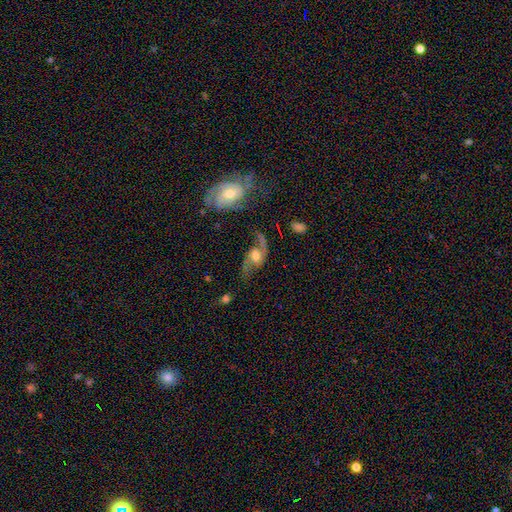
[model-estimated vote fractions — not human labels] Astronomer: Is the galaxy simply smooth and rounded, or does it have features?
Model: featured or disk — 82%.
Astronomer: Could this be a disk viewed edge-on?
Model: no — 95%.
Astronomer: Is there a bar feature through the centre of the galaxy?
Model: no — 54% (runner-up: weak, 36%).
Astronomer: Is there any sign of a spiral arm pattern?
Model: yes — 93%.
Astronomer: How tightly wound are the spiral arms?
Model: loose — 70%.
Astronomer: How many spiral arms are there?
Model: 2 — 89%.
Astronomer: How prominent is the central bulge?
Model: moderate — 63%.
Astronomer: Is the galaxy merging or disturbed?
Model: none — 54%.